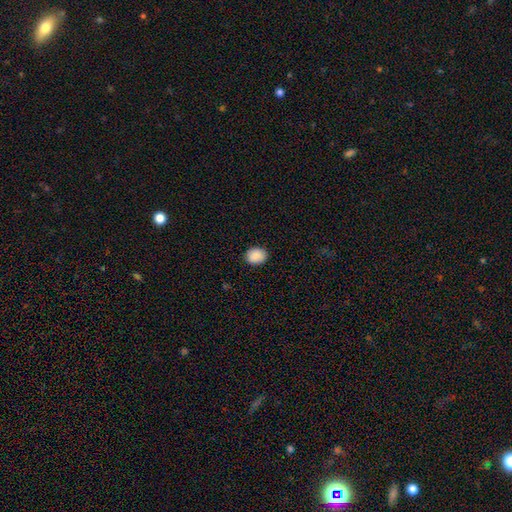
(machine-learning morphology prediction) smooth_or_featured: smooth (p=0.90) [alt: star or artifact p=0.08]
how_rounded: in between (p=0.50) [alt: round p=0.49]
merging: none (p=0.89) [alt: minor disturbance p=0.08]